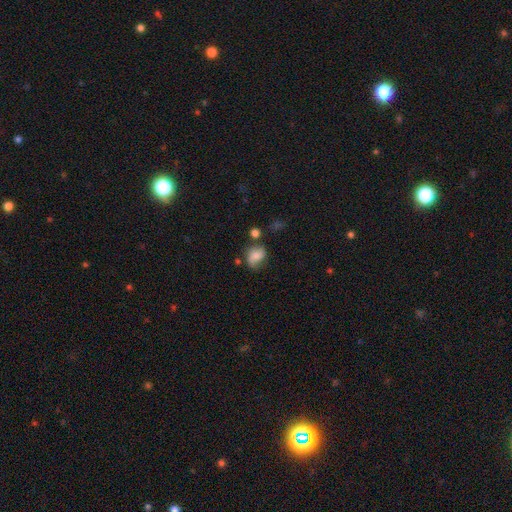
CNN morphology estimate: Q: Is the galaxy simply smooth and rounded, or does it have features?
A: smooth — 63%.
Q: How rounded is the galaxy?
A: in between — 59%.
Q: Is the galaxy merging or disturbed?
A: none — 48%.